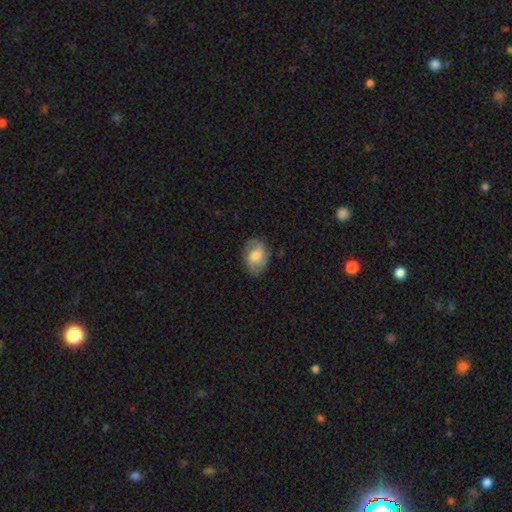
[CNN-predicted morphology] smooth_or_featured: smooth (p=0.52) [alt: featured or disk p=0.40]
how_rounded: in between (p=0.76) [alt: round p=0.22]
merging: none (p=0.73) [alt: minor disturbance p=0.20]